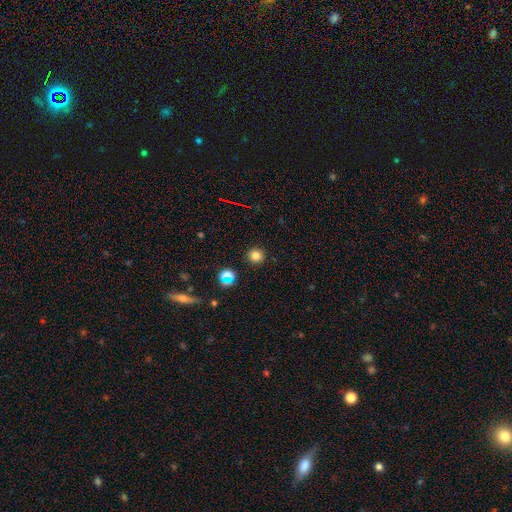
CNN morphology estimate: The model was most divided on "smooth or featured": smooth: 77%, star or artifact: 17%, featured or disk: 6%. More confident: how rounded — round (93%); merging — none (90%).